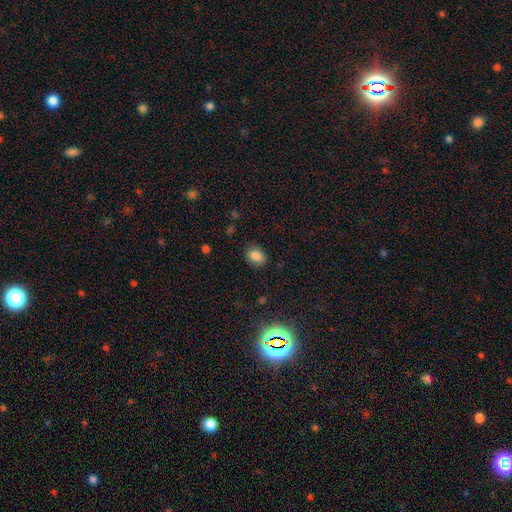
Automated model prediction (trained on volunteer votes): A smooth galaxy with no disk features (83%) that is in between round and cigar-shaped (69%).

Vote fractions:
- Smooth or featured? smooth: 83% / star or artifact: 11% / featured or disk: 6%
- How rounded? in between: 69% / round: 30% / cigar-shaped: 1%
- Merging? none: 85% / minor disturbance: 11% / major disturbance: 3% / merger: 1%